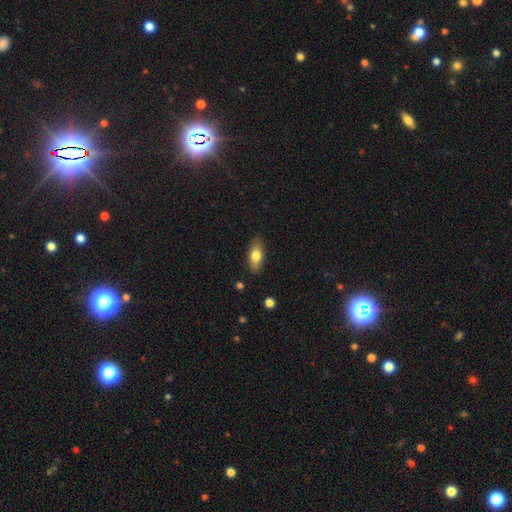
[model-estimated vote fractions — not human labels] A smooth galaxy with no disk features (77%) that is in between round and cigar-shaped (86%).

Vote fractions:
- Smooth or featured? smooth: 77% / featured or disk: 16% / star or artifact: 7%
- How rounded? in between: 86% / cigar-shaped: 10% / round: 4%
- Merging? none: 86% / minor disturbance: 11% / major disturbance: 2% / merger: 1%